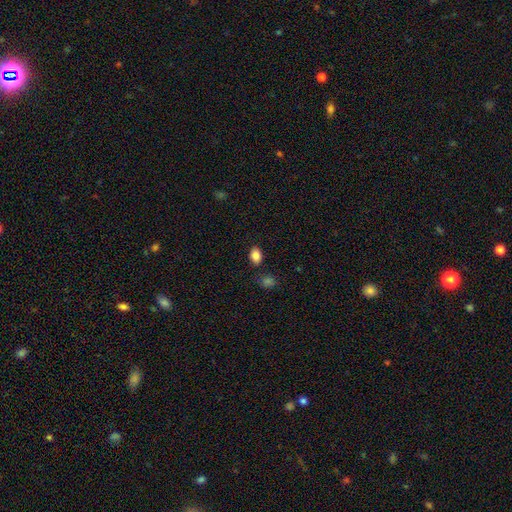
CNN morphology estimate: smooth 86%, star or artifact 9%, featured or disk 5%. Down the decision tree: how rounded — in between (78%); merging — none (81%).